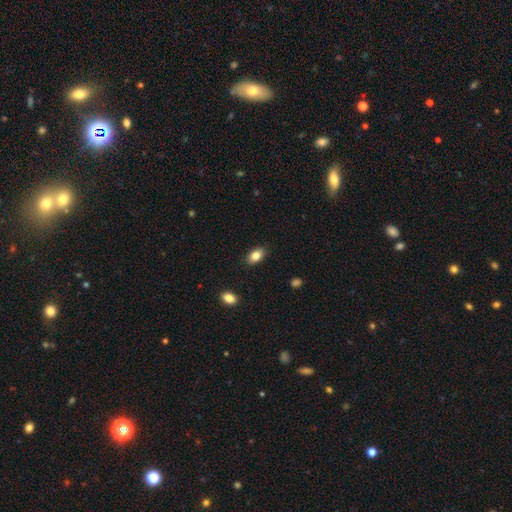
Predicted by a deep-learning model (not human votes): smooth-or-featured: smooth: 84% | star or artifact: 8% | featured or disk: 8%
  how-rounded: in between: 88% | round: 9% | cigar-shaped: 2%
  merging: none: 87% | minor disturbance: 10% | major disturbance: 2% | merger: 1%